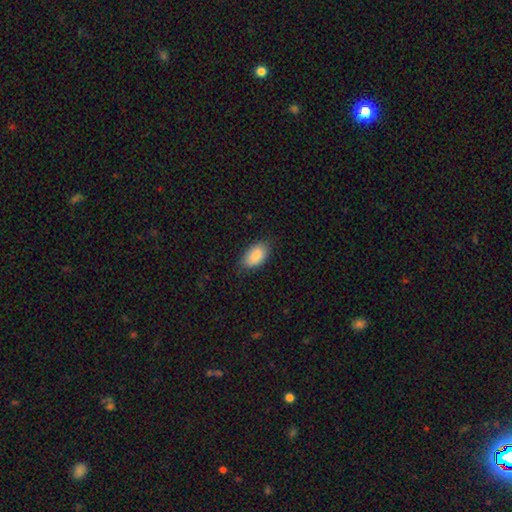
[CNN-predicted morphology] smooth 87%, featured or disk 7%, star or artifact 7%. Down the decision tree: how rounded — in between (93%); merging — none (78%).